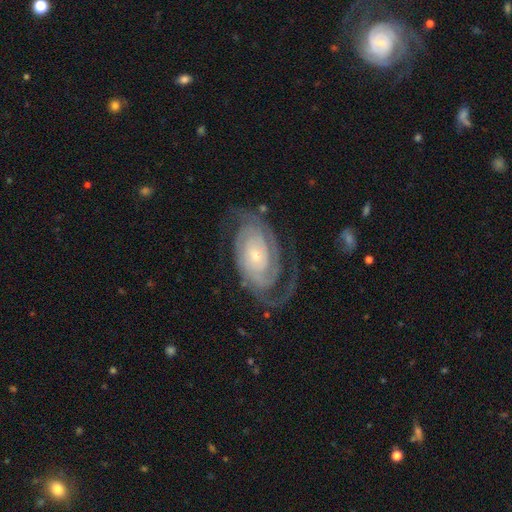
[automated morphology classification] Q: Smooth or featured?
A: featured or disk (90%); runner-up: smooth (5%)
Q: Edge-on disk?
A: no (96%); runner-up: yes (4%)
Q: Bar?
A: no (72%); runner-up: weak (20%)
Q: Spiral arms?
A: yes (98%); runner-up: no (2%)
Q: Spiral winding?
A: tight (70%); runner-up: medium (24%)
Q: Spiral arm count?
A: 2 (63%); runner-up: can't tell (13%)
Q: Bulge size?
A: small (72%); runner-up: moderate (22%)
Q: Merging?
A: none (72%); runner-up: minor disturbance (16%)